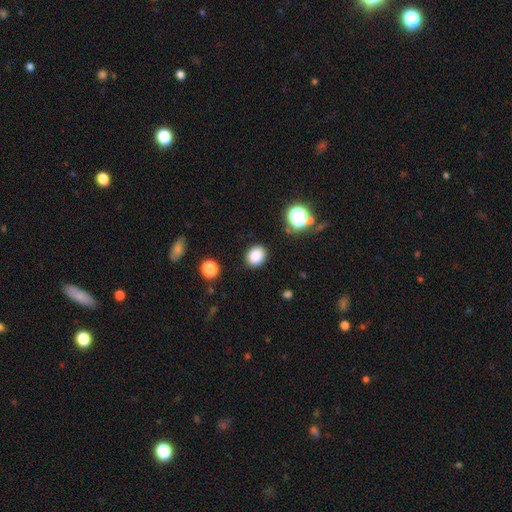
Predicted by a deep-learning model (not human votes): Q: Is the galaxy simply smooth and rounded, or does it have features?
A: smooth — 85%.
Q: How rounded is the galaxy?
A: round — 52%.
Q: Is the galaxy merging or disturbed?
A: none — 87%.